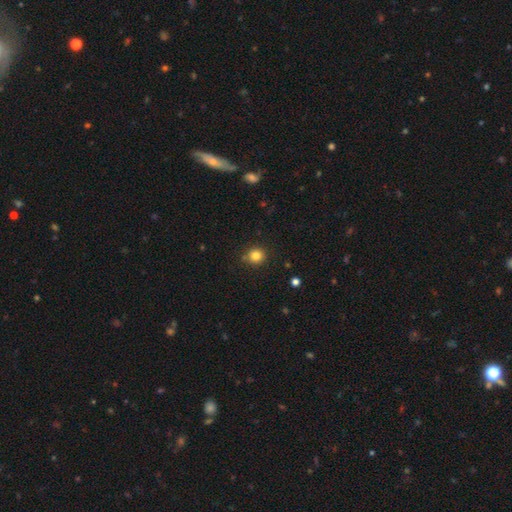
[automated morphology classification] Overall: smooth (83%). How rounded: round (91%). Merging: none (85%).